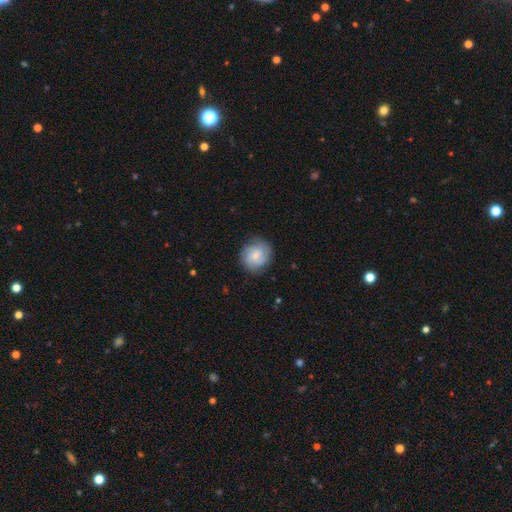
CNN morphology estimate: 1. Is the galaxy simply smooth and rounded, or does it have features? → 51% smooth, 41% featured or disk, 7% star or artifact.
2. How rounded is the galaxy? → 85% round, 14% in between, 1% cigar-shaped.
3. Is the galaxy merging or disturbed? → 81% none, 14% minor disturbance, 4% major disturbance, 1% merger.